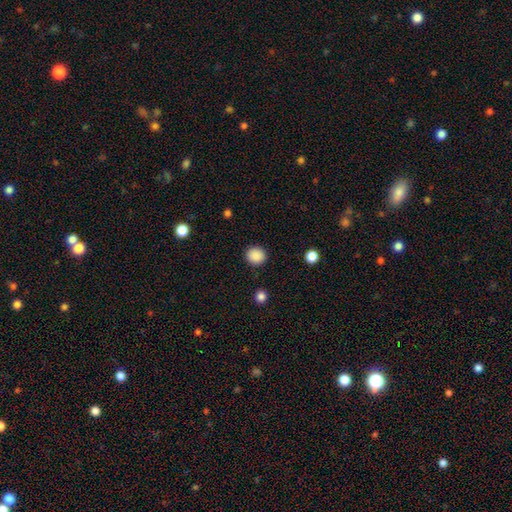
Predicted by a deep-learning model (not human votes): Smooth or featured? smooth (89%)
How rounded? round (85%)
Merging? none (90%)